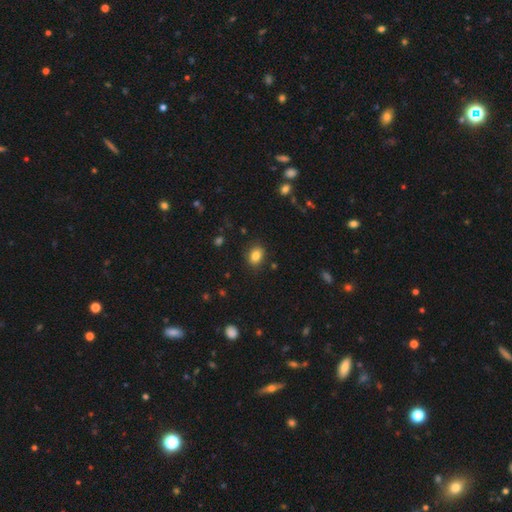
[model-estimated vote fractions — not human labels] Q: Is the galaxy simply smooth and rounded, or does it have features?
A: smooth — 83%.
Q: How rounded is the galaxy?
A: in between — 64%.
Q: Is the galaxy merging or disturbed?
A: none — 87%.